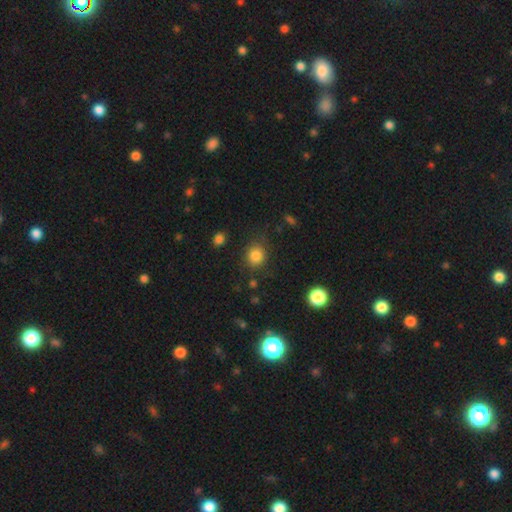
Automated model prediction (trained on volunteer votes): Smooth or featured? smooth (83%)
How rounded? round (78%)
Merging? none (80%)